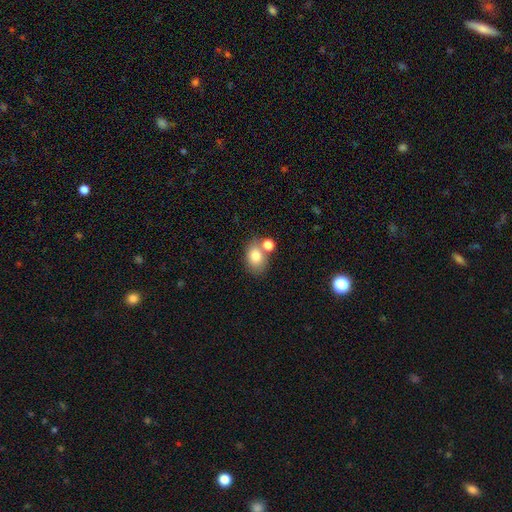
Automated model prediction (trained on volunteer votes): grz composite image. It shows a smooth galaxy with no disk features (80%) that is in between round and cigar-shaped (71%). Merging: none (55%).